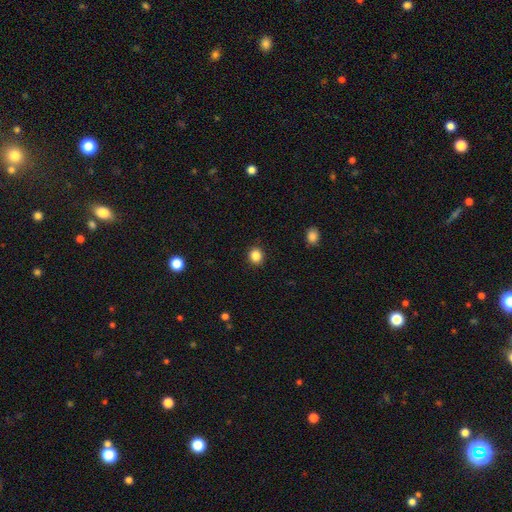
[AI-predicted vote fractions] Smooth or featured? smooth (86%)
How rounded? round (85%)
Merging? none (91%)